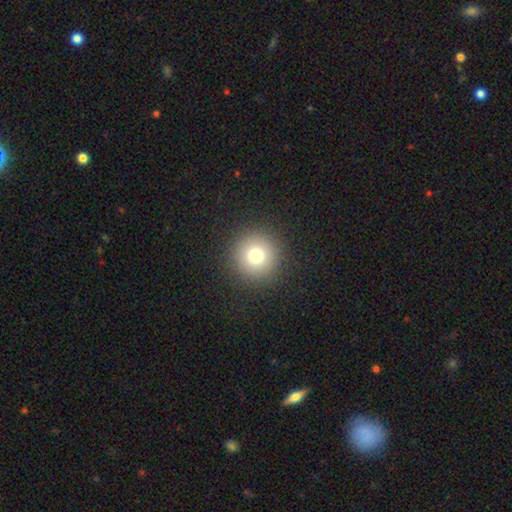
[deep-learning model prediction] Q: Smooth or featured?
A: smooth (77%); runner-up: star or artifact (14%)
Q: How rounded?
A: round (96%); runner-up: in between (3%)
Q: Merging?
A: none (91%); runner-up: minor disturbance (5%)